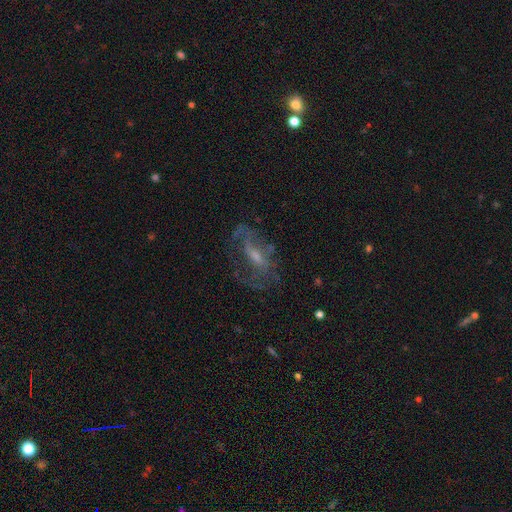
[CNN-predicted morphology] The model was most divided on "bar": weak: 42%, no: 40%, strong: 18%. Remaining: edge-on disk — no (90%); smooth or featured — featured or disk (67%); spiral arms — yes (65%); merging — none (54%); bulge size — small (44%).